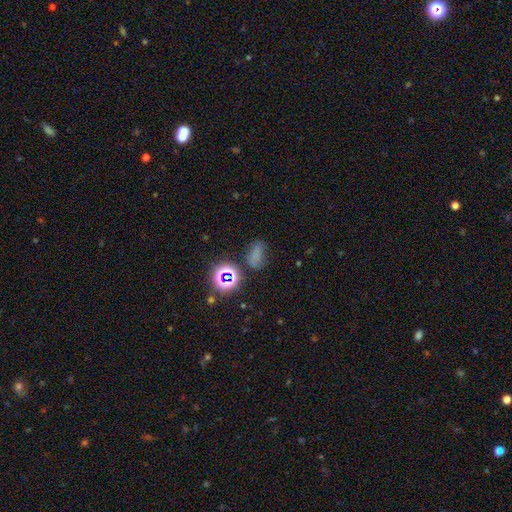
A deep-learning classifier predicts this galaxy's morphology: Smooth or featured? smooth (58%)
How rounded? in between (76%)
Merging? none (62%)